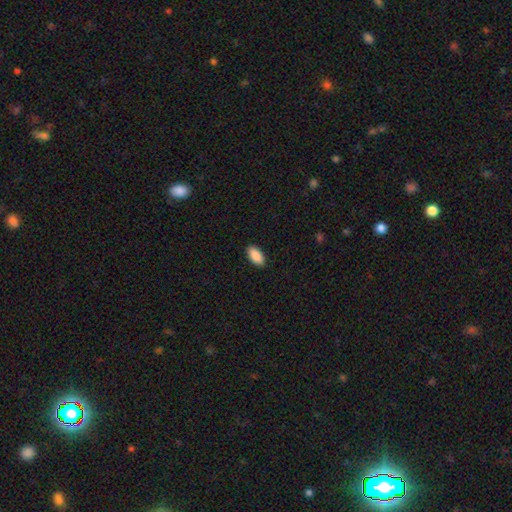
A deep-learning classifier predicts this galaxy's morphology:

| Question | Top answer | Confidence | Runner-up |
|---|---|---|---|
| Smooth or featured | smooth | 90% | star or artifact (6%) |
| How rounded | in between | 94% | cigar-shaped (4%) |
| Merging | none | 89% | minor disturbance (8%) |